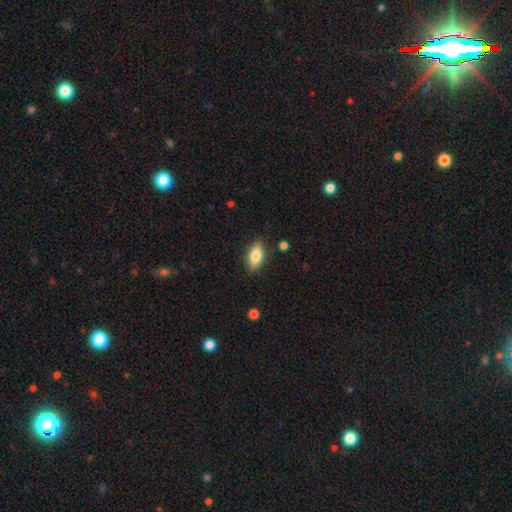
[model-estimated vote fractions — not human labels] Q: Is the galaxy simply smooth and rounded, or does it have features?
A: smooth — 80%.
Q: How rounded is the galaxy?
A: in between — 85%.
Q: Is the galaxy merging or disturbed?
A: none — 85%.